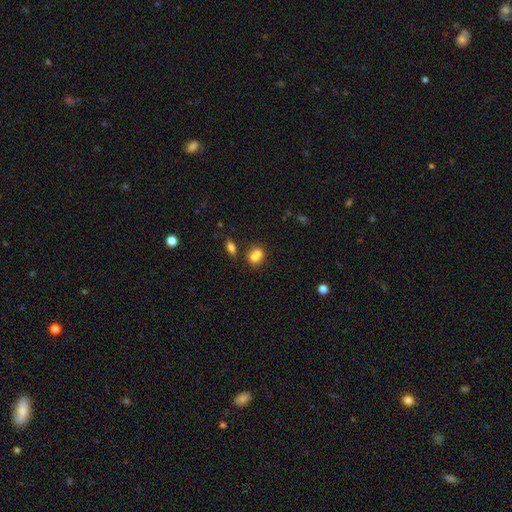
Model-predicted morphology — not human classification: type=smooth (73%); roundness=round (50%); merging=merger (56%).